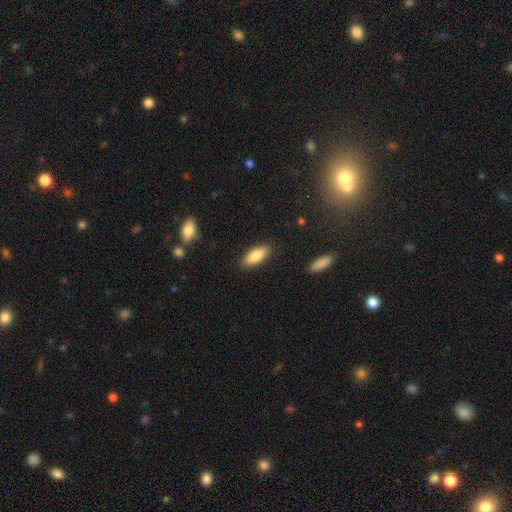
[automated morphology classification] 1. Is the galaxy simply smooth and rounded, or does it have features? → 84% smooth, 10% featured or disk, 6% star or artifact.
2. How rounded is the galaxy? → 81% in between, 17% cigar-shaped, 2% round.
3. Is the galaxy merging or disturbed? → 87% none, 9% minor disturbance, 2% major disturbance, 1% merger.